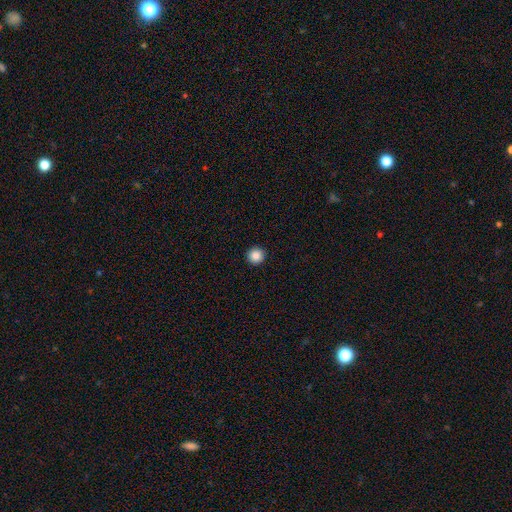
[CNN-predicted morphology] Smooth or featured?
  - smooth: 87% *
  - star or artifact: 10%
  - featured or disk: 4%
How rounded?
  - round: 95% *
  - in between: 4%
  - cigar-shaped: 1%
Merging?
  - none: 94% *
  - minor disturbance: 4%
  - major disturbance: 1%
  - merger: 1%